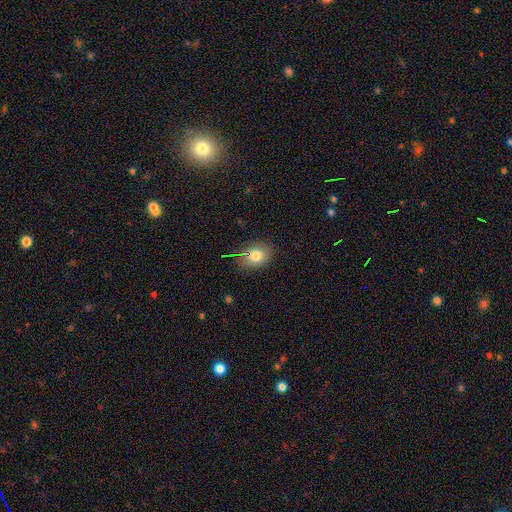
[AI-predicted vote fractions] Smooth or featured?
  - smooth: 78% *
  - star or artifact: 11%
  - featured or disk: 11%
How rounded?
  - in between: 65% *
  - round: 34%
  - cigar-shaped: 1%
Merging?
  - none: 81% *
  - minor disturbance: 14%
  - major disturbance: 4%
  - merger: 1%